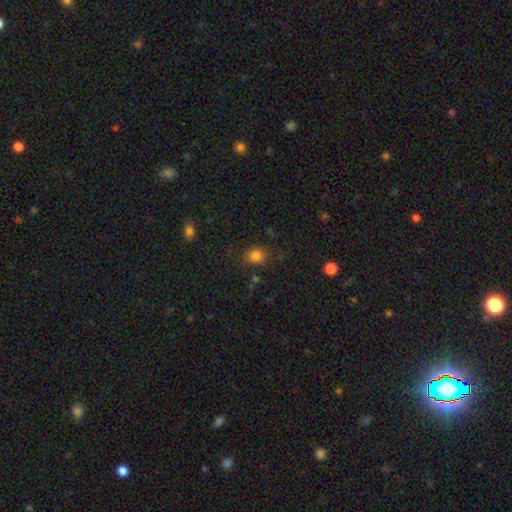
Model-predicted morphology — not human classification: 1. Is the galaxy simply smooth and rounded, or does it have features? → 81% smooth, 13% star or artifact, 5% featured or disk.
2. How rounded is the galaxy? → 65% round, 34% in between, 1% cigar-shaped.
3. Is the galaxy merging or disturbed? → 77% none, 14% minor disturbance, 5% major disturbance, 3% merger.